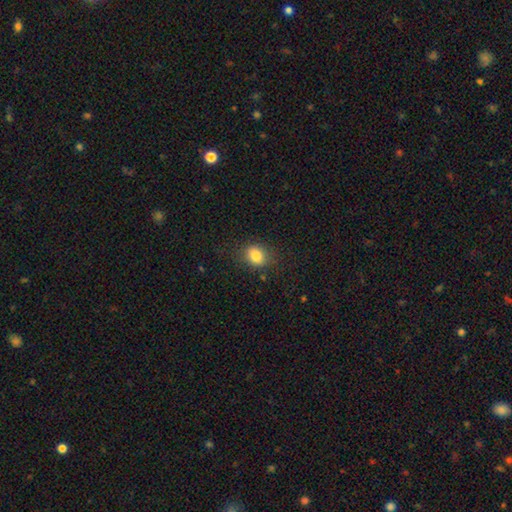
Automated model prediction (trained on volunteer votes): Smooth or featured? Predicted: smooth (p=0.84). How rounded? Predicted: in between (p=0.56). Merging? Predicted: none (p=0.79).